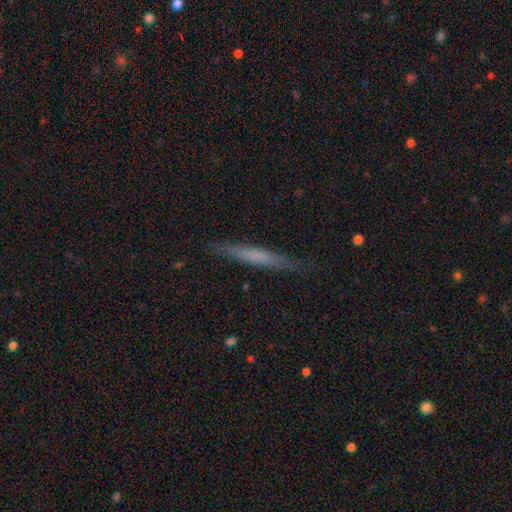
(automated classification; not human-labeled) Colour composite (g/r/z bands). It shows a smooth galaxy with no disk features (54%) that is cigar-shaped (95%). Merging: none (86%).